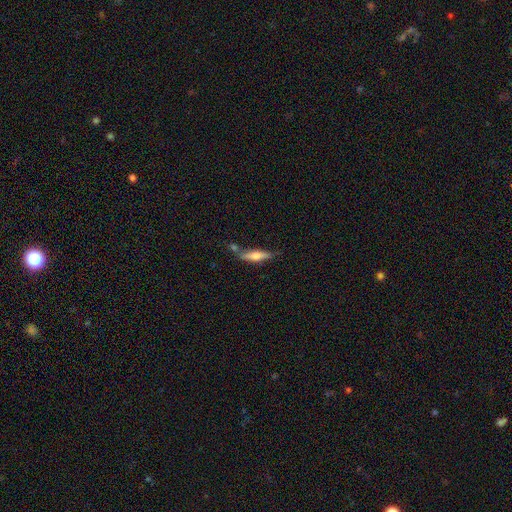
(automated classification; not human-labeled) This appears to be a smooth galaxy with no disk features (48%). Merging: none (62%).